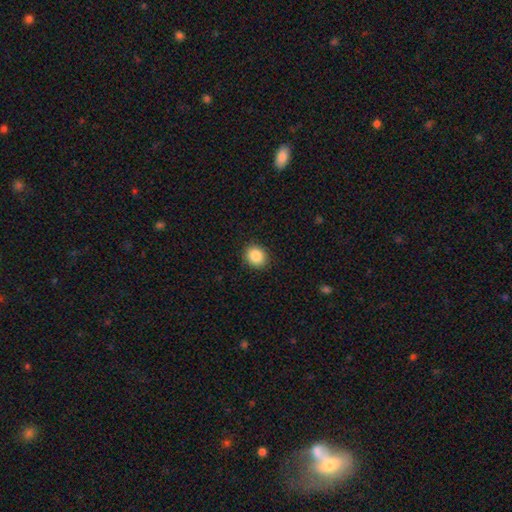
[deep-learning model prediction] Smooth or featured? Predicted: smooth (p=0.87). How rounded? Predicted: round (p=0.72). Merging? Predicted: none (p=0.90).